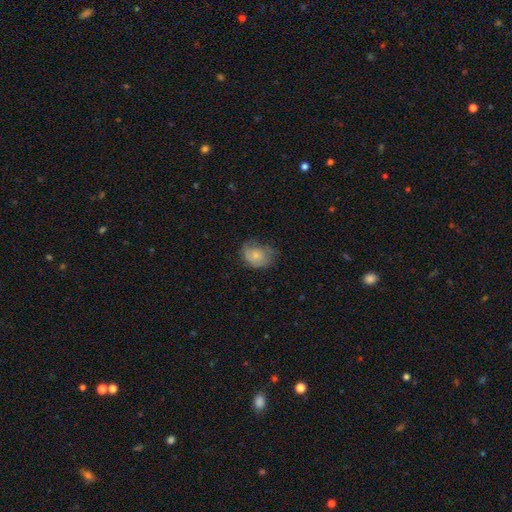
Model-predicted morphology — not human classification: smooth_or_featured: smooth (p=0.65) [alt: featured or disk p=0.27]
how_rounded: in between (p=0.55) [alt: round p=0.44]
merging: none (p=0.49) [alt: minor disturbance p=0.33]